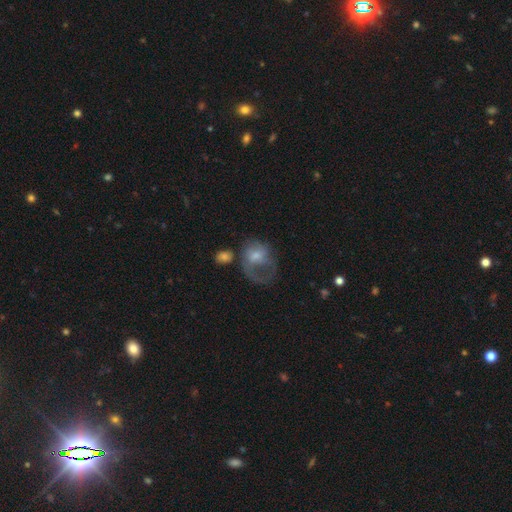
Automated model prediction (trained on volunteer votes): This is possibly a featured or disk galaxy (49%). Merging: possibly major disturbance (48%).